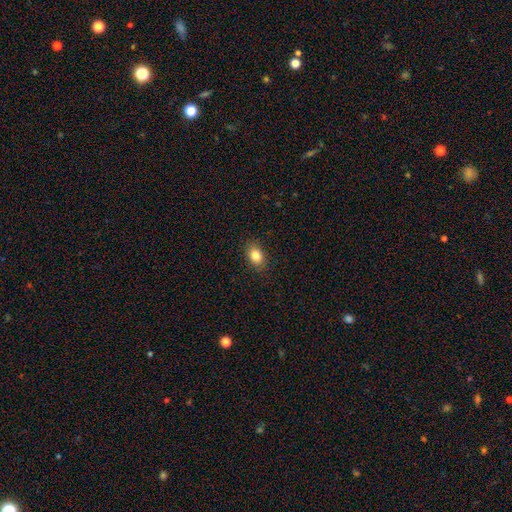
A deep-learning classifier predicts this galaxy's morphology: A smooth galaxy with no disk features (85%) that is in between round and cigar-shaped (78%). Merging: none (88%).